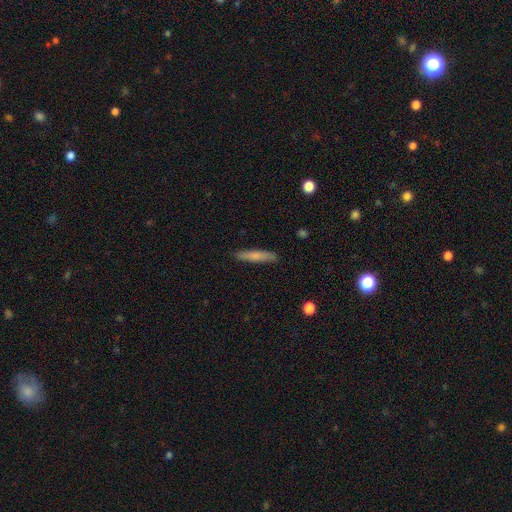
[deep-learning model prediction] Overall: smooth (73%). How rounded: cigar-shaped (90%). Merging: none (89%).